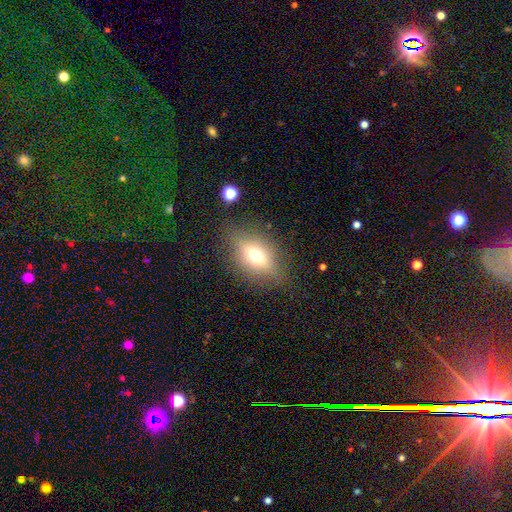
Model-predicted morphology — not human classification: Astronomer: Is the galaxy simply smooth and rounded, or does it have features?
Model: smooth — 60%.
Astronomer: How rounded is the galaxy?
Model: in between — 75%.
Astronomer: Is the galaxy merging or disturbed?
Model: none — 78%.